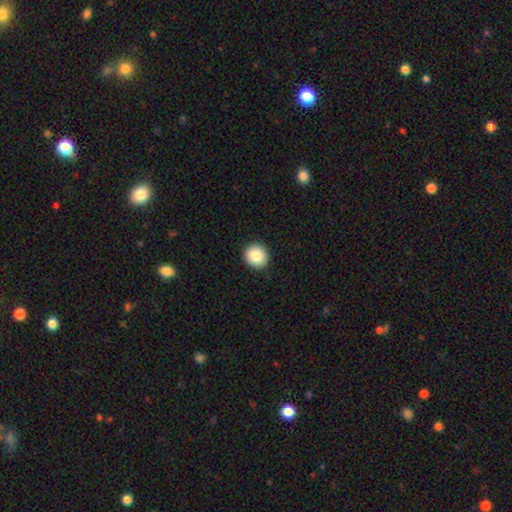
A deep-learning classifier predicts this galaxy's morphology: A smooth galaxy with no disk features (85%) that is round (85%). Merging: none (91%).